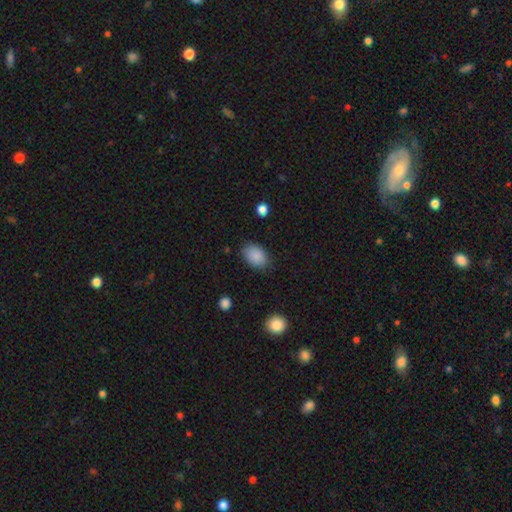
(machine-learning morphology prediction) The model was most divided on "merging": none: 82%, minor disturbance: 13%, major disturbance: 3%, merger: 1%. More confident: smooth or featured — smooth (89%); how rounded — in between (84%).